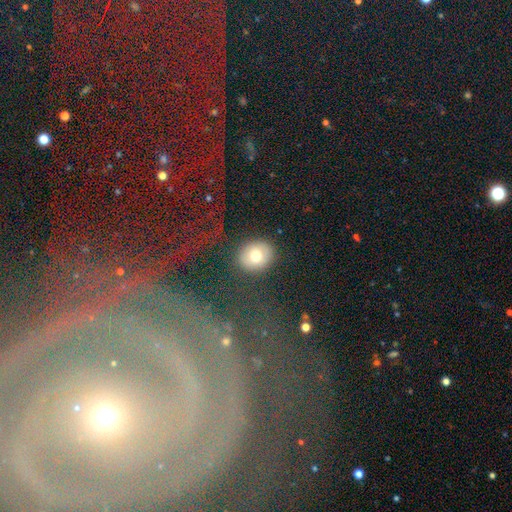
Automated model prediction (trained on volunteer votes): Smooth or featured? smooth (74%)
How rounded? round (69%)
Merging? none (84%)